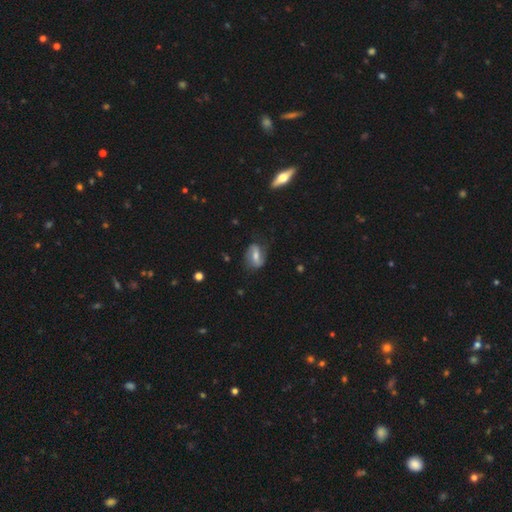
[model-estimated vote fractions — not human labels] The model was most divided on "bar": strong: 43%, weak: 38%, no: 19%. More confident: edge-on disk — no (93%); spiral arms — yes (81%); merging — none (71%); smooth or featured — featured or disk (61%); bulge size — moderate (57%).